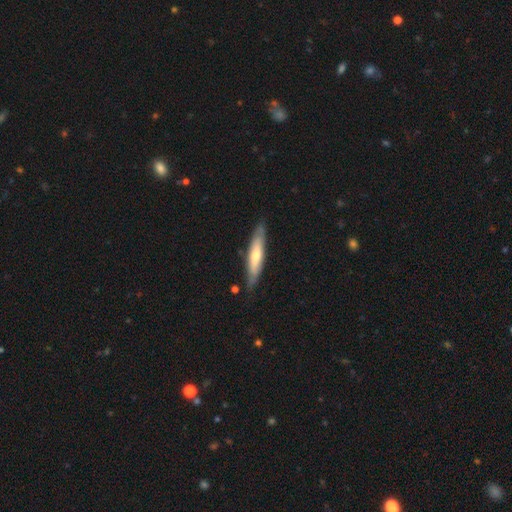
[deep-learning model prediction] smooth_or_featured: featured or disk (p=0.47) [tied with: smooth p=0.47]
merging: none (p=0.82) [alt: minor disturbance p=0.14]